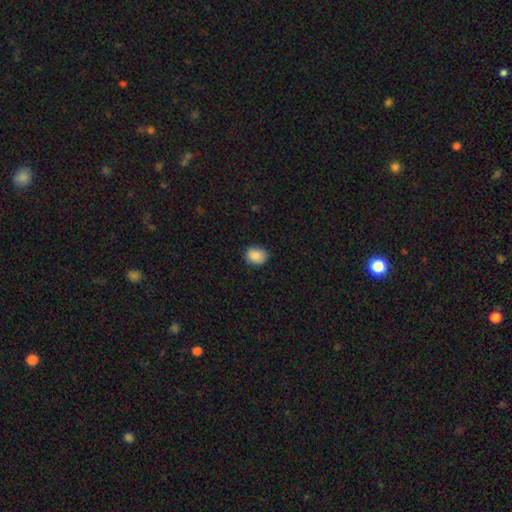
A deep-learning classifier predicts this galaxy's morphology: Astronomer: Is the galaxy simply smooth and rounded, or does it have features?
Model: smooth — 89%.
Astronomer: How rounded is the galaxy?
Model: round — 55% (runner-up: in between, 44%).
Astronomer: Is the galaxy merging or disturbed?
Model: none — 87%.